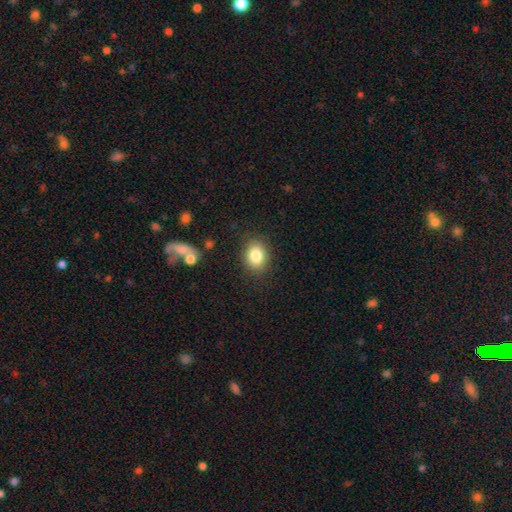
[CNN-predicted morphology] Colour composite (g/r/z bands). It shows a smooth galaxy with no disk features (83%) that is in between round and cigar-shaped (58%). Merging: none (86%).